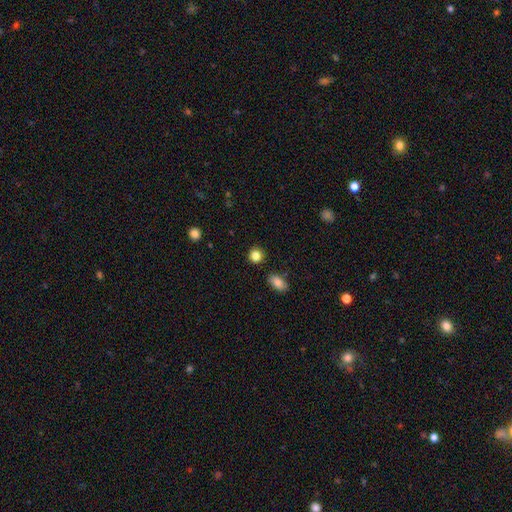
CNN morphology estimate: Smooth or featured: smooth — 85% (star or artifact — 11%)
How rounded: round — 88% (in between — 11%)
Merging: none — 89% (minor disturbance — 7%)